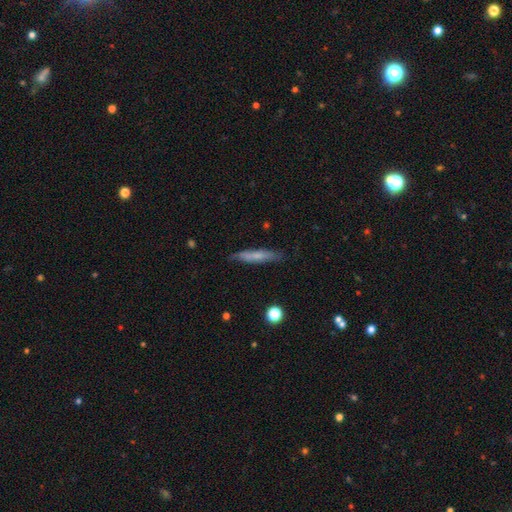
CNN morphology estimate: Q: Smooth or featured?
A: smooth (60%); runner-up: featured or disk (34%)
Q: How rounded?
A: cigar-shaped (90%); runner-up: in between (8%)
Q: Merging?
A: none (82%); runner-up: minor disturbance (14%)